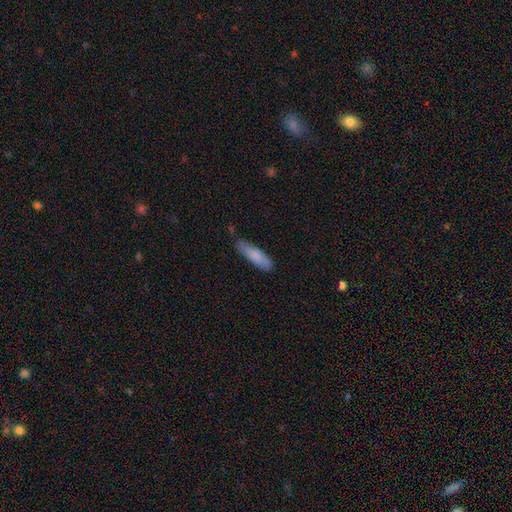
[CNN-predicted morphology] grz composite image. It shows a smooth galaxy with no disk features (79%) that is cigar-shaped (66%). Merging: none (75%).